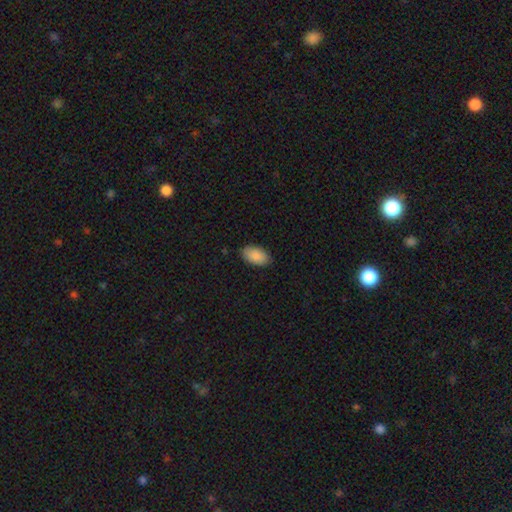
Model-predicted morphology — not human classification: smooth 89%, star or artifact 6%, featured or disk 5%. Down the decision tree: how rounded — in between (95%); merging — none (87%).